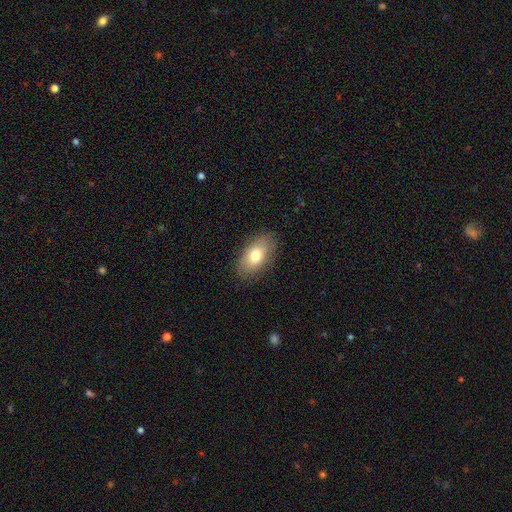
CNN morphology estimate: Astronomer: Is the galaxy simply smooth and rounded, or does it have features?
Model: smooth — 75%.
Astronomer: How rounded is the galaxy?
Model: in between — 91%.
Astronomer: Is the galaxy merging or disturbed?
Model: none — 84%.